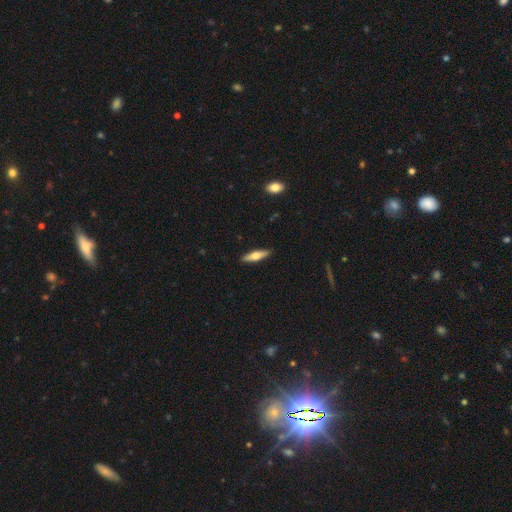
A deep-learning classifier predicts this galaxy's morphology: Q: Smooth or featured?
A: smooth (51%); runner-up: featured or disk (43%)
Q: How rounded?
A: cigar-shaped (70%); runner-up: in between (28%)
Q: Merging?
A: none (90%); runner-up: minor disturbance (7%)